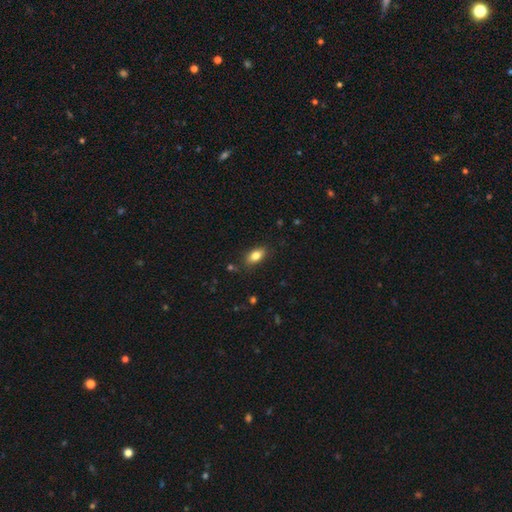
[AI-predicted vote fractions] A smooth galaxy with no disk features (82%) that is in between round and cigar-shaped (88%).

Vote fractions:
- Smooth or featured? smooth: 82% / featured or disk: 10% / star or artifact: 8%
- How rounded? in between: 88% / round: 7% / cigar-shaped: 5%
- Merging? none: 84% / minor disturbance: 12% / major disturbance: 3% / merger: 2%